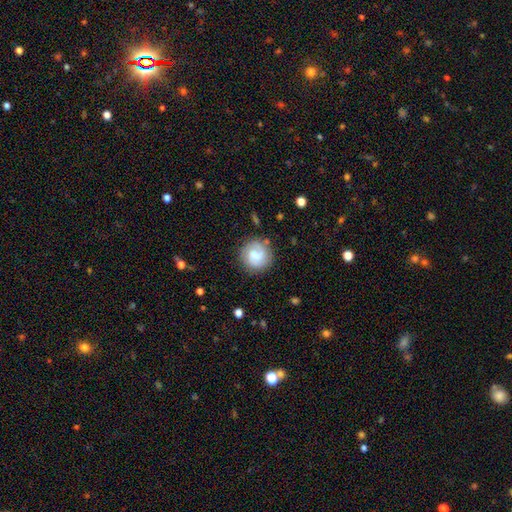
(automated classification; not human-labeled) Smooth or featured? featured or disk (49%)
Merging? none (80%)